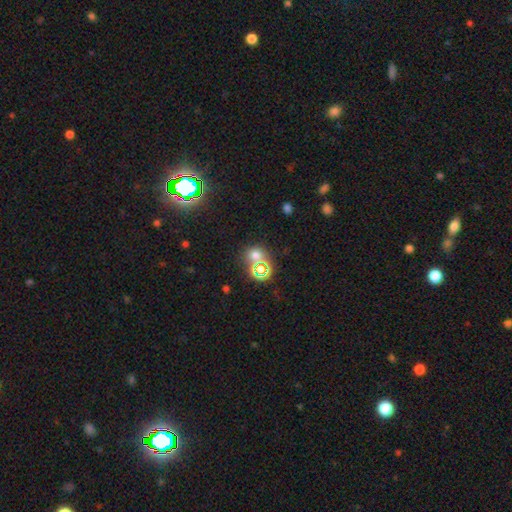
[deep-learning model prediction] The model was most divided on "smooth or featured": smooth: 56%, star or artifact: 36%, featured or disk: 8%. More confident: how rounded — round (78%); merging — none (66%).